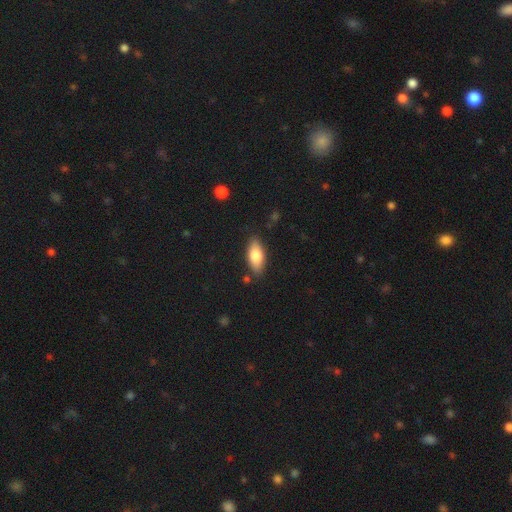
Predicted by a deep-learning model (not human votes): This is likely a smooth galaxy (76%). How rounded: clearly in between (83%). Merging: clearly none (84%).